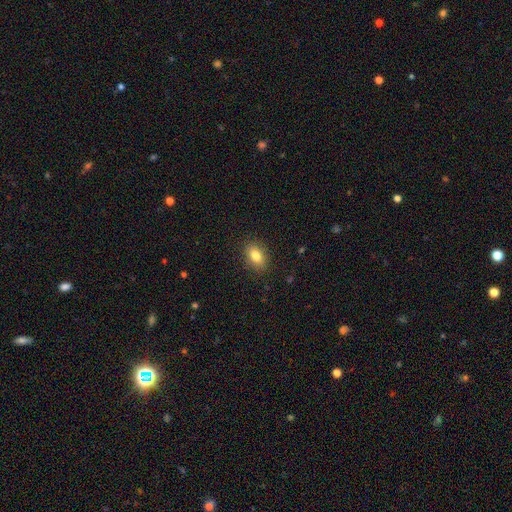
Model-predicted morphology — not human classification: The model was most divided on "how rounded": in between: 84%, round: 14%, cigar-shaped: 2%. More confident: merging — none (88%); smooth or featured — smooth (82%).